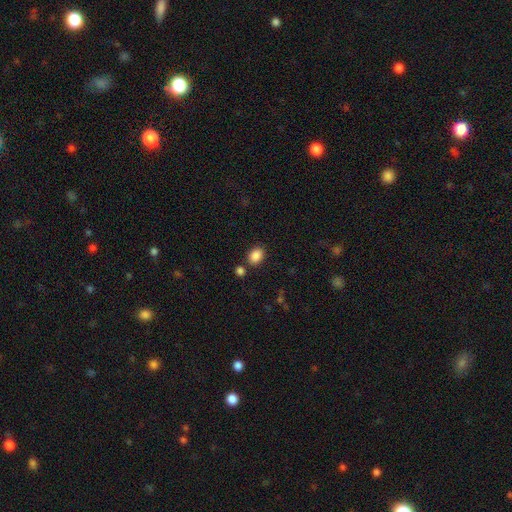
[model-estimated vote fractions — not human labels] Smooth or featured? Predicted: smooth (p=0.87). How rounded? Predicted: in between (p=0.70). Merging? Predicted: none (p=0.78).